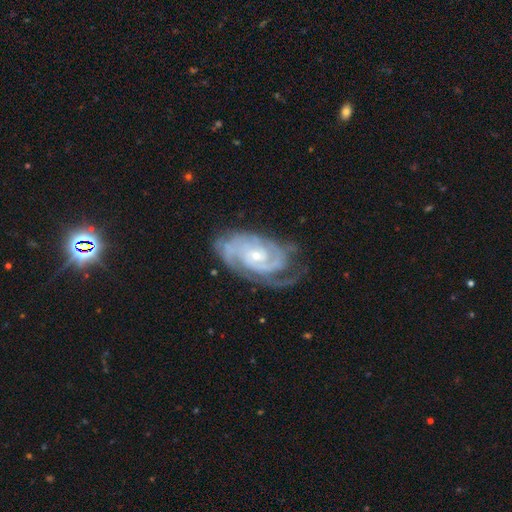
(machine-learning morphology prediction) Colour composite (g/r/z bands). It shows a featured or disk galaxy (90%) with no bar (64%), 2 (40%) tight (67%) spiral arms (98%) and a small central bulge (65%). Merging: none (65%).